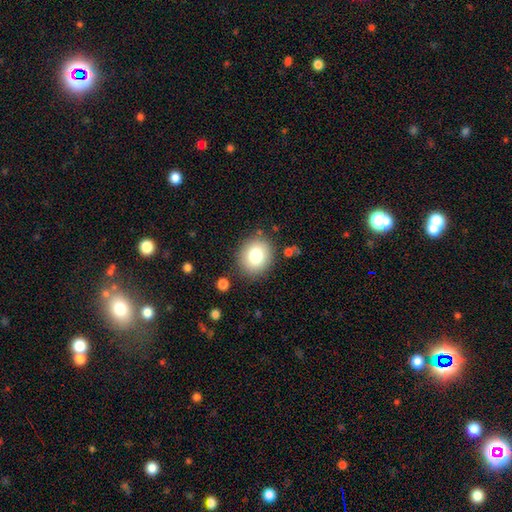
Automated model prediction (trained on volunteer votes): Morphology: type=smooth (80%); roundness=round (68%); merging=none (85%).